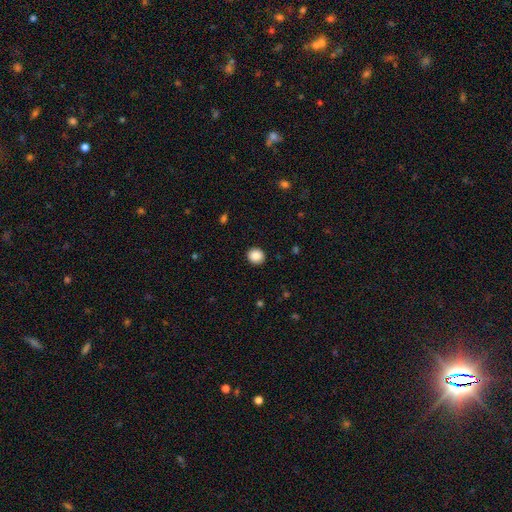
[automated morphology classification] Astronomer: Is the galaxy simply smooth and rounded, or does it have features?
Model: smooth — 88%.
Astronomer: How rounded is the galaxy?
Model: round — 90%.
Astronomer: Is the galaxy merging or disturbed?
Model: none — 92%.